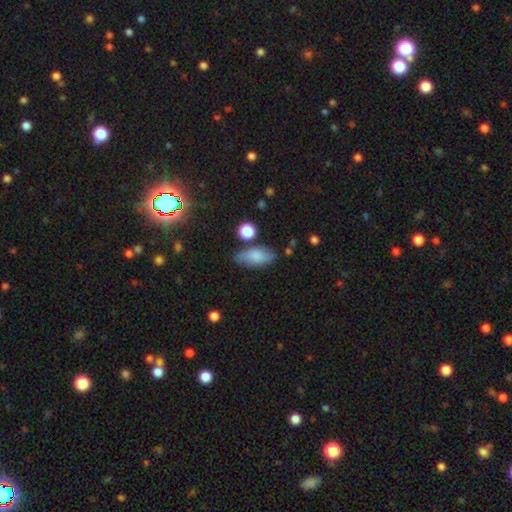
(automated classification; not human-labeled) smooth-or-featured: smooth: 81% | featured or disk: 12% | star or artifact: 7%
  how-rounded: in between: 85% | cigar-shaped: 11% | round: 4%
  merging: none: 74% | minor disturbance: 17% | merger: 5% | major disturbance: 4%